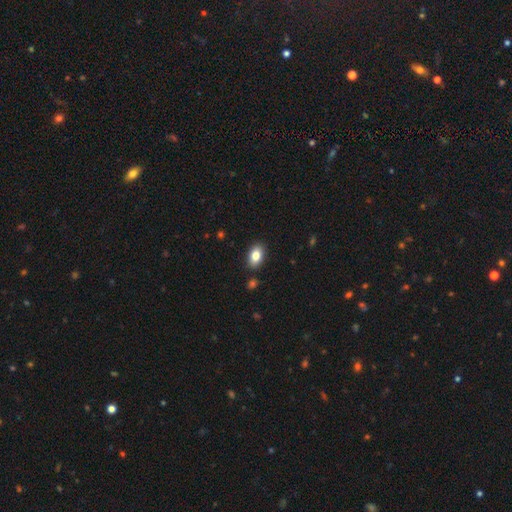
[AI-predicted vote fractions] Smooth or featured: smooth — 82% (featured or disk — 9%)
How rounded: in between — 88% (round — 10%)
Merging: none — 87% (minor disturbance — 9%)